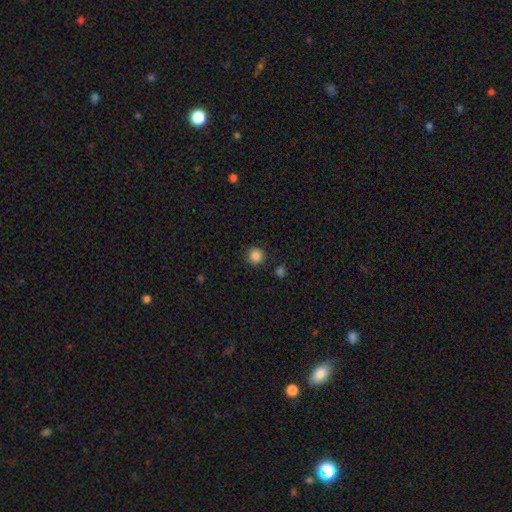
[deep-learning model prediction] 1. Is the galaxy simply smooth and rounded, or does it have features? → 86% smooth, 11% star or artifact, 3% featured or disk.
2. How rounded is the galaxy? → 94% round, 5% in between, 1% cigar-shaped.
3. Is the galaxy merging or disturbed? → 89% none, 6% minor disturbance, 2% merger, 2% major disturbance.